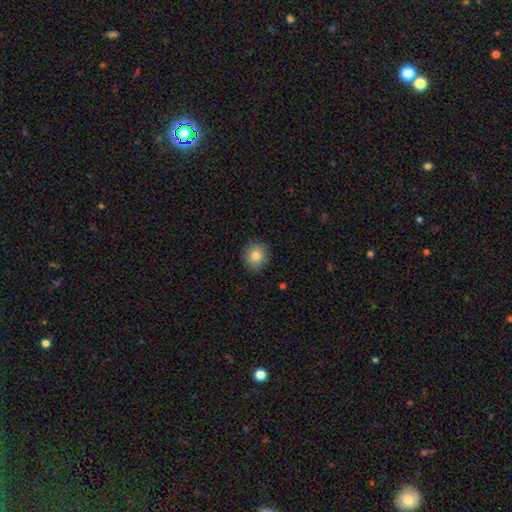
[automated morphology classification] The model was most divided on "how rounded": round: 85%, in between: 14%, cigar-shaped: 1%. More confident: merging — none (90%); smooth or featured — smooth (83%).